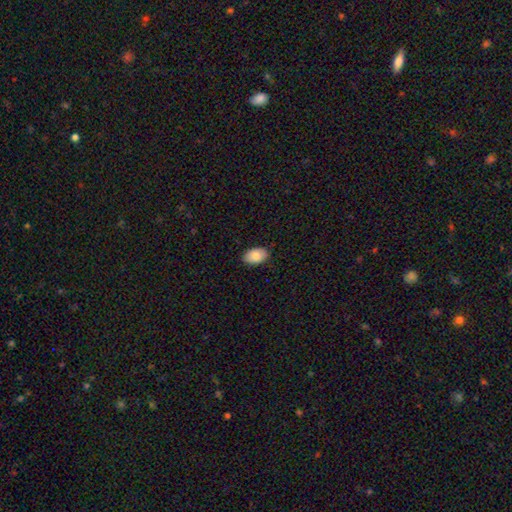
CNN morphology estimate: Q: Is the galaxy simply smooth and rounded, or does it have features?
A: smooth — 85%.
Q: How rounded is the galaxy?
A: in between — 91%.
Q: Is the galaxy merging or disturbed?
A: none — 88%.